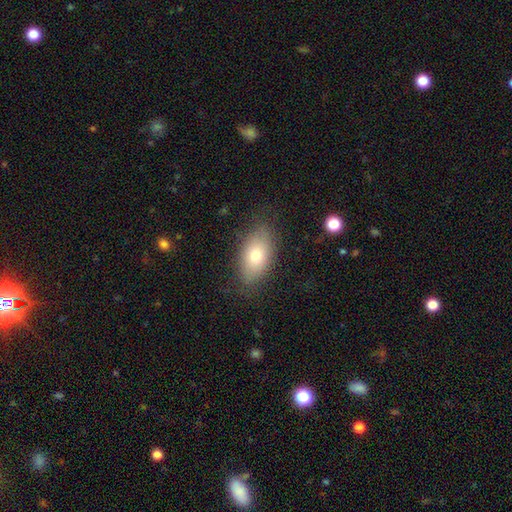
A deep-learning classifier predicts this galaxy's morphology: Smooth or featured?
  - smooth: 72% *
  - featured or disk: 19%
  - star or artifact: 9%
How rounded?
  - in between: 90% *
  - round: 8%
  - cigar-shaped: 3%
Merging?
  - none: 81% *
  - minor disturbance: 13%
  - major disturbance: 4%
  - merger: 1%